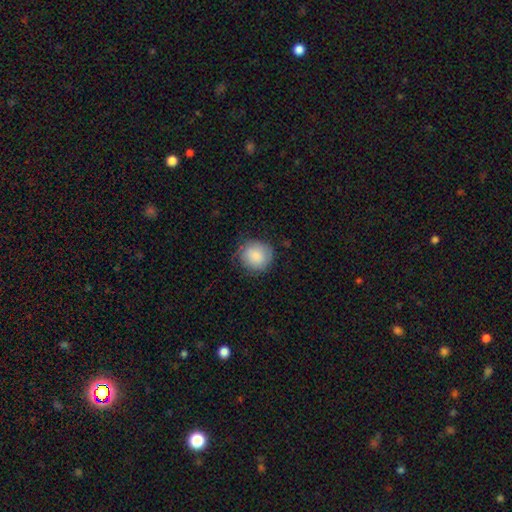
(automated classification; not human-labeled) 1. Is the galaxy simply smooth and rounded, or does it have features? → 86% smooth, 8% featured or disk, 7% star or artifact.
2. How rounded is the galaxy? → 86% round, 13% in between, 1% cigar-shaped.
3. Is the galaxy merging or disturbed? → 73% none, 20% minor disturbance, 6% major disturbance, 1% merger.